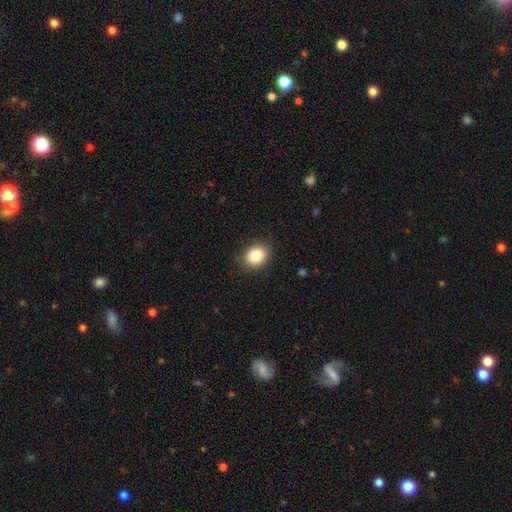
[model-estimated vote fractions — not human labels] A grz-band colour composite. It shows a smooth galaxy with no disk features (86%) that is round (51%). Merging: none (87%).